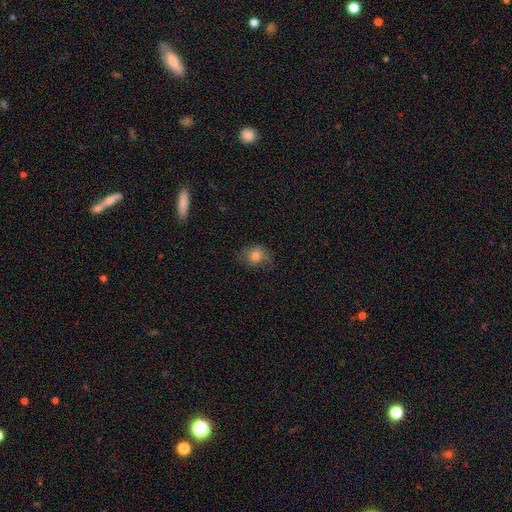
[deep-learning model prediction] Smooth or featured: smooth — 66% (featured or disk — 22%)
How rounded: round — 70% (in between — 29%)
Merging: none — 59% (minor disturbance — 25%)